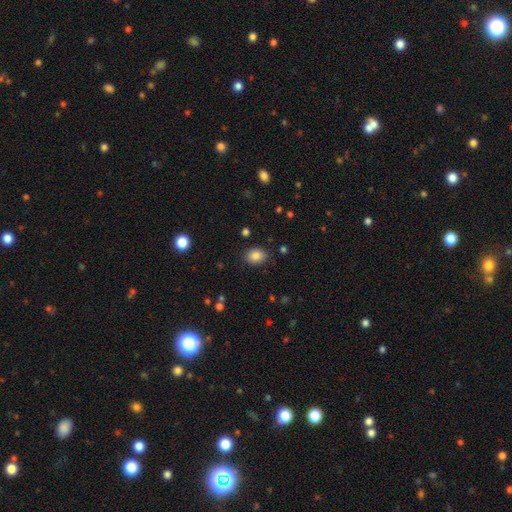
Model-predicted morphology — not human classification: Smooth or featured?
  - smooth: 85% *
  - star or artifact: 10%
  - featured or disk: 5%
How rounded?
  - in between: 58% *
  - round: 41%
  - cigar-shaped: 1%
Merging?
  - none: 87% *
  - minor disturbance: 9%
  - major disturbance: 3%
  - merger: 1%